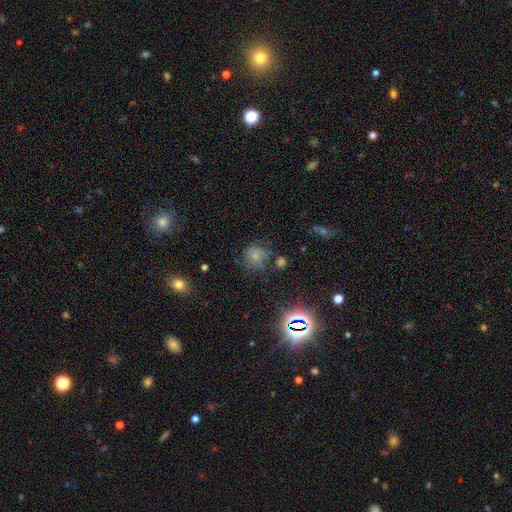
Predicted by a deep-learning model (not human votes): The model was most divided on "merging": none: 54%, minor disturbance: 23%, major disturbance: 15%, merger: 8%. More confident: how rounded — round (79%); smooth or featured — smooth (58%).